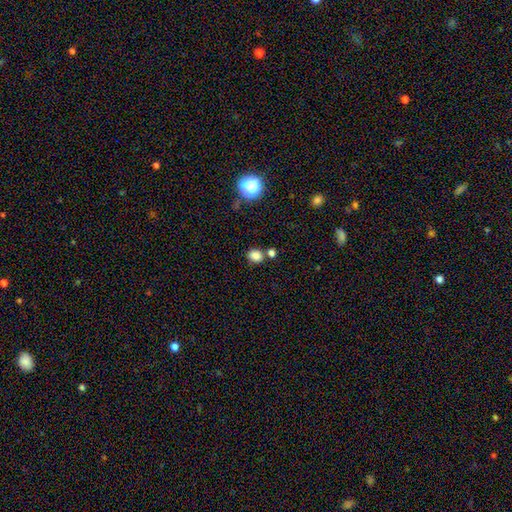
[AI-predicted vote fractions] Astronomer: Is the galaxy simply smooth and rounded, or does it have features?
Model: smooth — 82%.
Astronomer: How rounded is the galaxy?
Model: round — 56% (runner-up: in between, 43%).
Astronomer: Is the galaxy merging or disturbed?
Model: none — 70%.